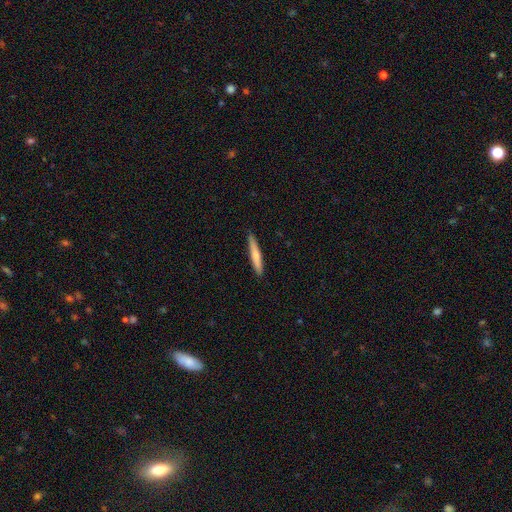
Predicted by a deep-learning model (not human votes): The model was most divided on "smooth or featured": smooth: 67%, featured or disk: 28%, star or artifact: 5%. More confident: how rounded — cigar-shaped (93%); merging — none (87%).